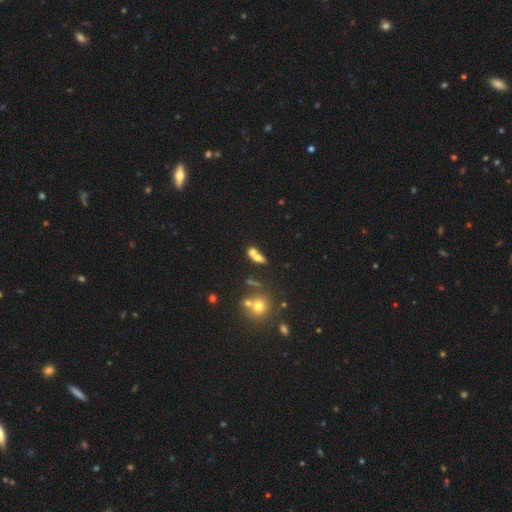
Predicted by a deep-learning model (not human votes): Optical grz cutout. It shows a smooth galaxy with no disk features (61%) that is in between round and cigar-shaped (63%). Merging: merger (55%).